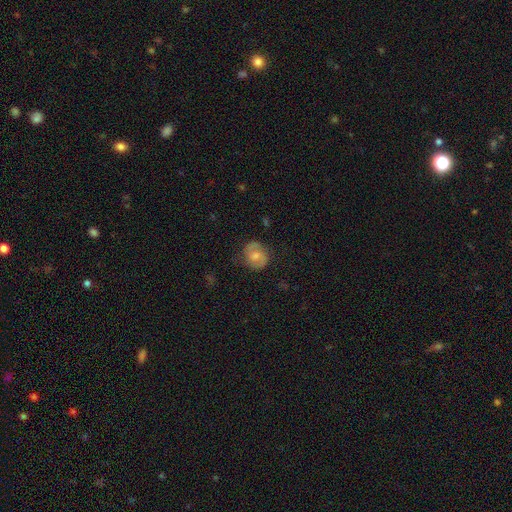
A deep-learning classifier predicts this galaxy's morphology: type=featured or disk (57%); edge-on=no (97%); bar=no (50%); spiral arms=yes (87%); bulge=moderate (56%); merging=none (75%).